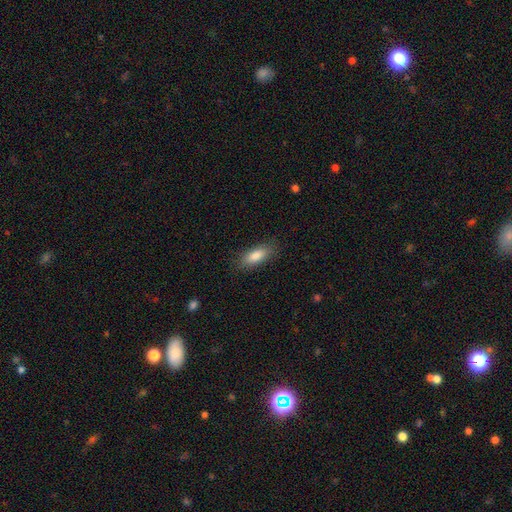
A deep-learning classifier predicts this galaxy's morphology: Smooth or featured? Predicted: smooth (p=0.85). How rounded? Predicted: in between (p=0.69). Merging? Predicted: none (p=0.85).